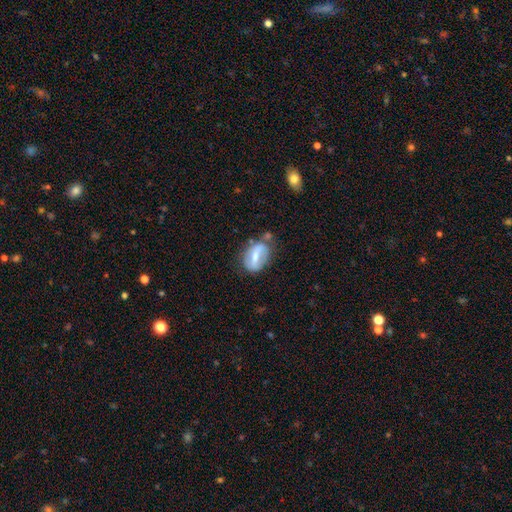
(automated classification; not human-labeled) Morphology: type=featured or disk (50%); merging=none (55%).